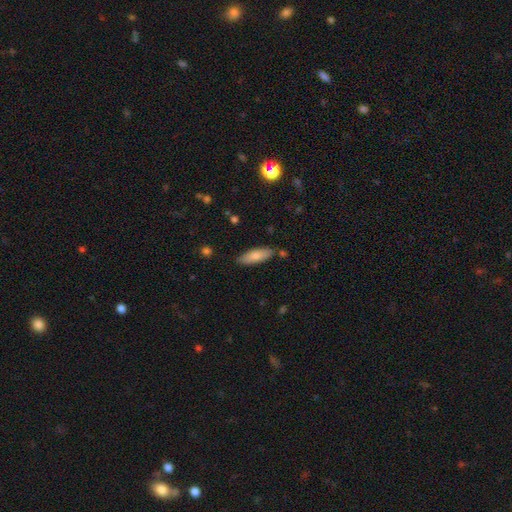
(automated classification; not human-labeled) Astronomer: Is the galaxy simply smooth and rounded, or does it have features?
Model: smooth — 77%.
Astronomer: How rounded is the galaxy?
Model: in between — 58% (runner-up: cigar-shaped, 40%).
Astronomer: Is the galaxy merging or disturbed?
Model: none — 83%.